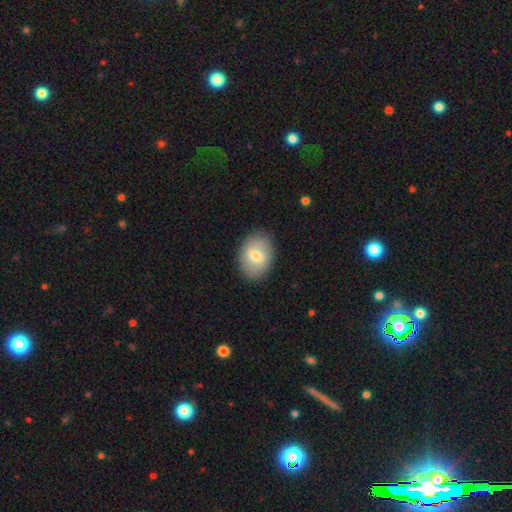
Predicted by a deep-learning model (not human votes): The model was most divided on "smooth or featured": smooth: 66%, featured or disk: 27%, star or artifact: 7%. More confident: merging — none (86%); how rounded — in between (78%).